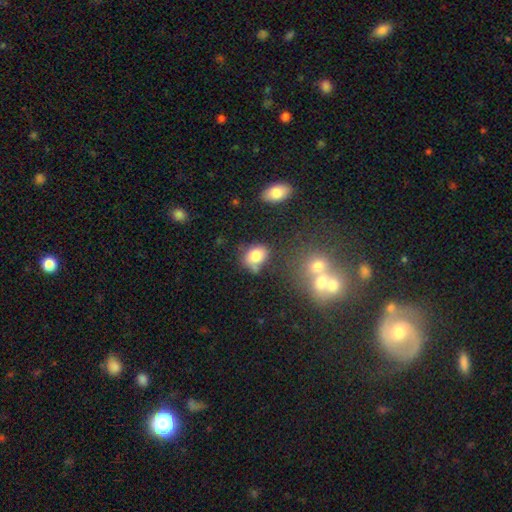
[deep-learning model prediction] Smooth or featured: smooth — 80% (star or artifact — 10%)
How rounded: in between — 59% (round — 40%)
Merging: none — 53% (minor disturbance — 24%)